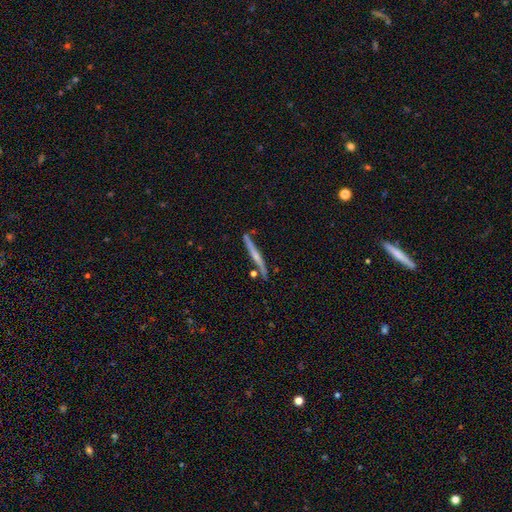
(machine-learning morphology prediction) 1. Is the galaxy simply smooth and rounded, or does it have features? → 65% featured or disk, 28% smooth, 6% star or artifact.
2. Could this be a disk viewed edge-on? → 97% yes, 3% no.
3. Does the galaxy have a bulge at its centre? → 51% rounded, 39% none, 9% boxy.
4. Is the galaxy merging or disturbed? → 83% none, 11% minor disturbance, 4% merger, 2% major disturbance.